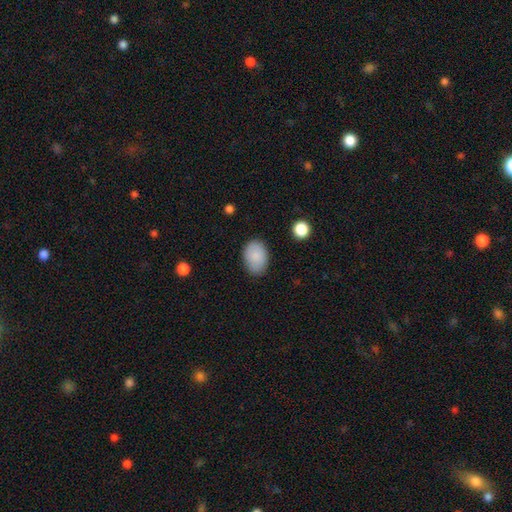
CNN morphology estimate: Smooth or featured? smooth (88%)
How rounded? in between (86%)
Merging? none (82%)